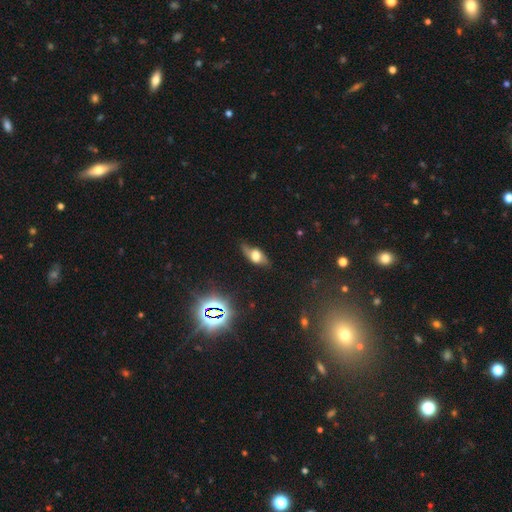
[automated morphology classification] This is possibly a featured or disk galaxy (47%). Merging: likely none (67%).